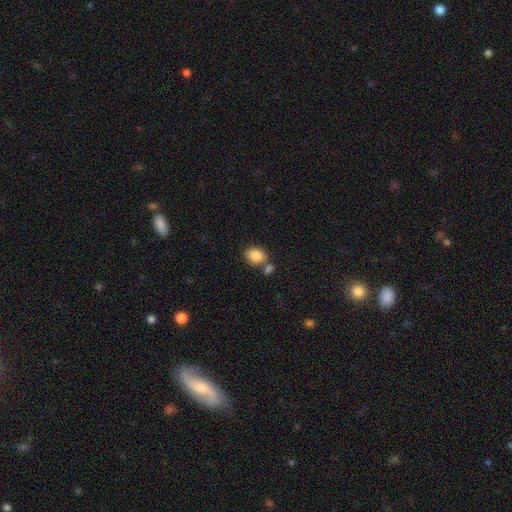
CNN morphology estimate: smooth 86%, star or artifact 8%, featured or disk 6%. Down the decision tree: how rounded — in between (61%); merging — none (63%).